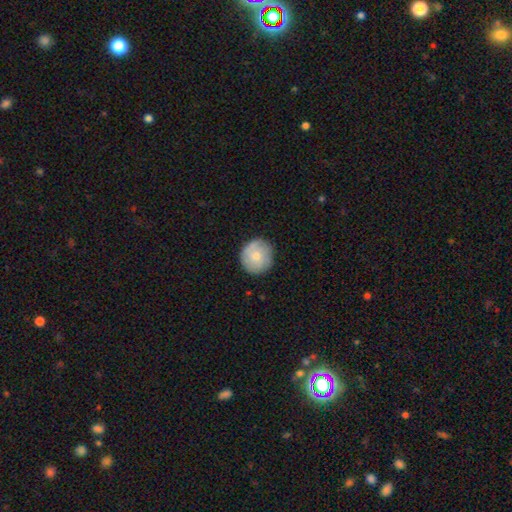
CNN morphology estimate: This appears to be a smooth galaxy with no disk features (71%) that is round (93%). Merging: none (84%).